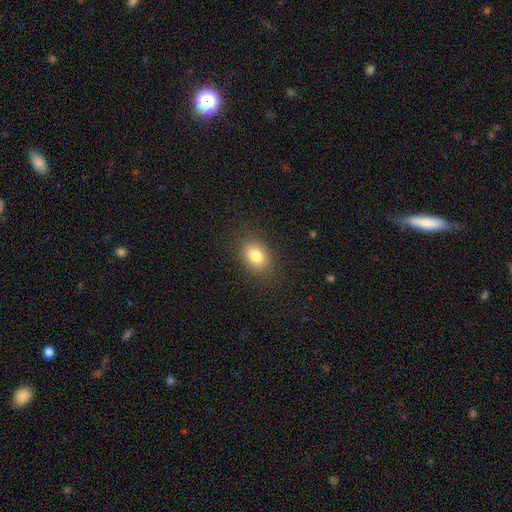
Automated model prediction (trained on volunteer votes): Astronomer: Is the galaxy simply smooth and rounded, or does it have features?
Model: smooth — 82%.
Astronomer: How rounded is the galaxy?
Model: in between — 69%.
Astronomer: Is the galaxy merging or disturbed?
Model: none — 86%.